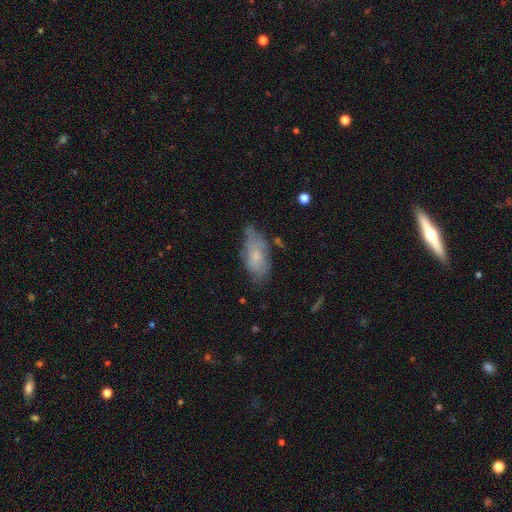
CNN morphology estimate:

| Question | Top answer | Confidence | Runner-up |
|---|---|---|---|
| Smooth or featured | smooth | 49% | featured or disk (43%) |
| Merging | none | 59% | minor disturbance (29%) |